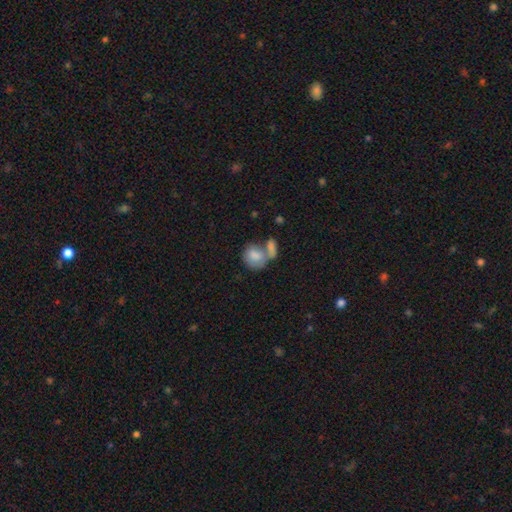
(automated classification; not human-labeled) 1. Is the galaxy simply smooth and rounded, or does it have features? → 78% smooth, 15% featured or disk, 7% star or artifact.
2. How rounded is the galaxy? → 51% in between, 47% round, 2% cigar-shaped.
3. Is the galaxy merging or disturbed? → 53% merger, 29% none, 11% minor disturbance, 7% major disturbance.